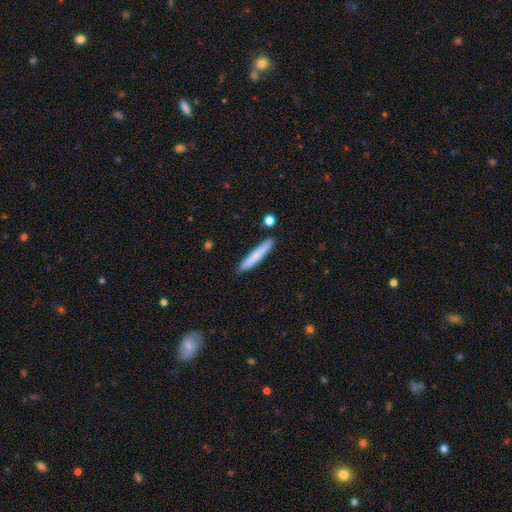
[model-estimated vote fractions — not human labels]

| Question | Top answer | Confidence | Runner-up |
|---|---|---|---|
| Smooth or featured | smooth | 76% | featured or disk (18%) |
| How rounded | cigar-shaped | 95% | in between (4%) |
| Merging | none | 88% | minor disturbance (8%) |